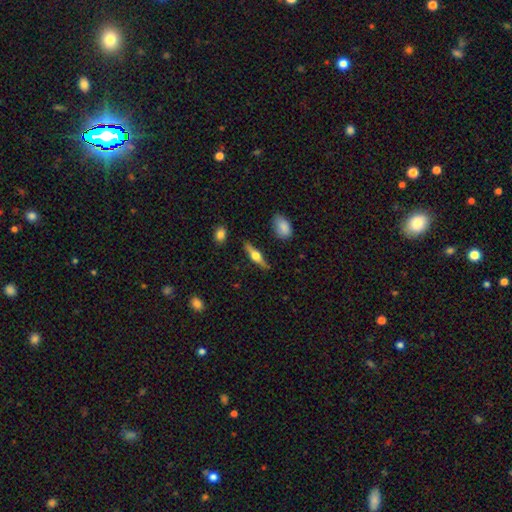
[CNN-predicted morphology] A featured or disk galaxy (67%) viewed edge-on (97%) with a rounded central bulge (95%).

Vote fractions:
- Smooth or featured? featured or disk: 67% / smooth: 27% / star or artifact: 6%
- Edge-on disk? yes: 97% / no: 3%
- Edge-on bulge? rounded: 95% / boxy: 4% / none: 2%
- Merging? none: 86% / minor disturbance: 10% / major disturbance: 2% / merger: 2%